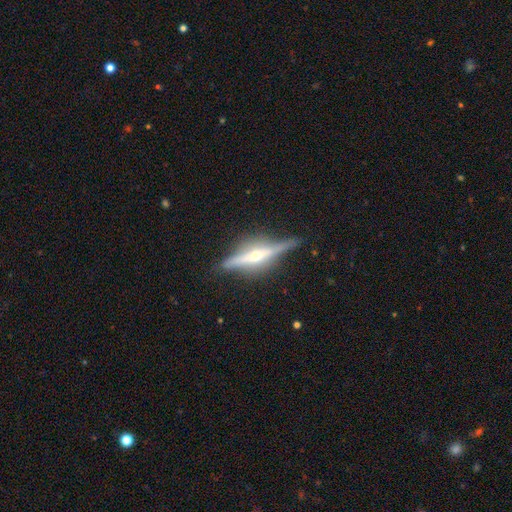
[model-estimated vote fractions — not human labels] smooth_or_featured: featured or disk (p=0.81) [alt: smooth p=0.12]
disk_edge_on: yes (p=0.95) [alt: no p=0.05]
edge_on_bulge: rounded (p=0.90) [alt: boxy p=0.05]
merging: none (p=0.80) [alt: minor disturbance p=0.14]